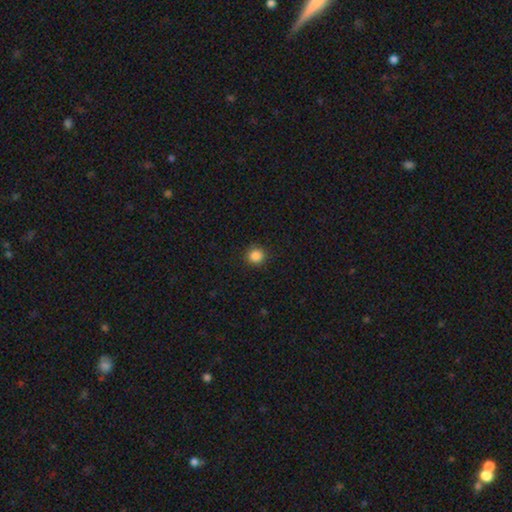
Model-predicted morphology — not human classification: Overall: smooth (86%). How rounded: round (94%). Merging: none (91%).